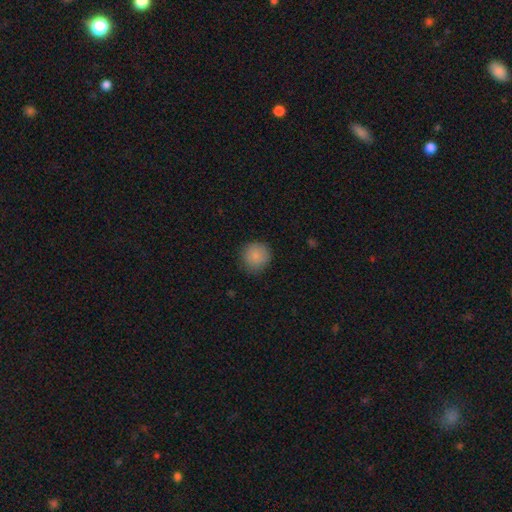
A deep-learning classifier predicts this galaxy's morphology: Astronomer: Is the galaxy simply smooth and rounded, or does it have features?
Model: smooth — 87%.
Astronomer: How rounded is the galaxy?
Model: round — 92%.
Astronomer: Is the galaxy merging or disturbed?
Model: none — 84%.